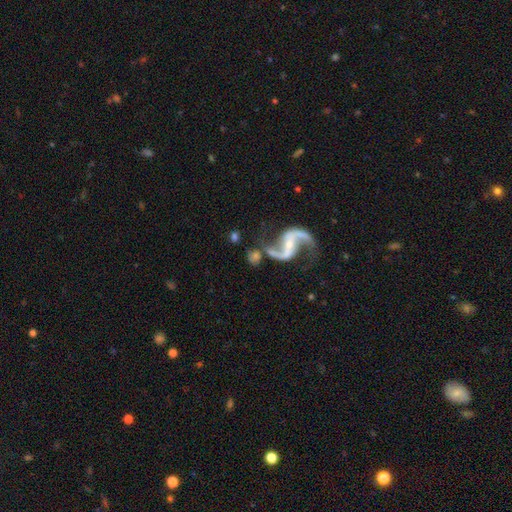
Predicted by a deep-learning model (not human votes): The model was most divided on "bar": strong: 37%, weak: 35%, no: 29%. More confident: edge-on disk — no (97%); spiral arms — yes (97%); spiral arm count — 2 (93%); smooth or featured — featured or disk (90%); spiral winding — loose (73%); bulge size — small (65%); merging — none (57%).